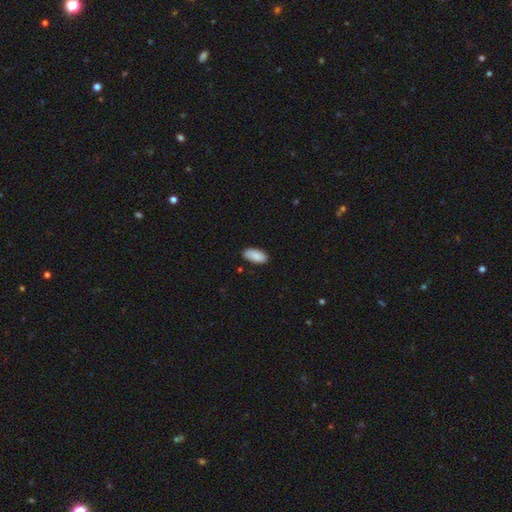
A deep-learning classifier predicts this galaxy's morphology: This is clearly a smooth galaxy (88%). How rounded: clearly in between (91%). Merging: clearly none (84%).